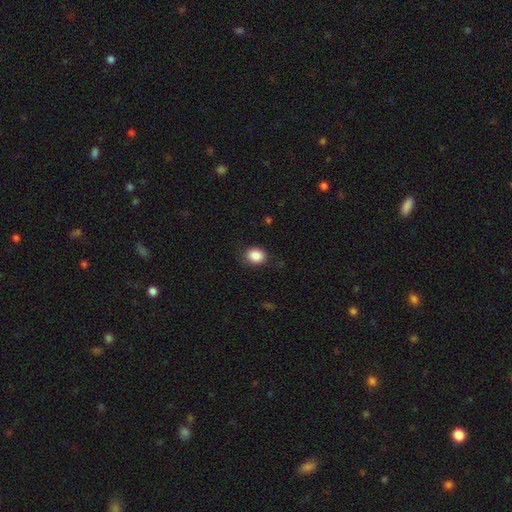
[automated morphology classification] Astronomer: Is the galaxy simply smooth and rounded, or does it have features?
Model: smooth — 87%.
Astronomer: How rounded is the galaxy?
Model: round — 55% (runner-up: in between, 44%).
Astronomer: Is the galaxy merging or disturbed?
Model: none — 80%.